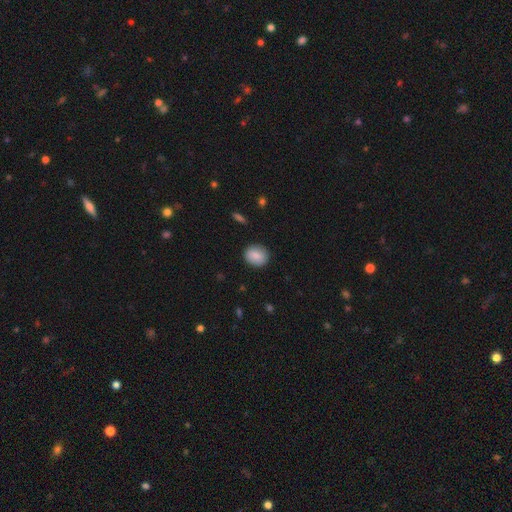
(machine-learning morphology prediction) Smooth or featured: smooth — 83% (featured or disk — 10%)
How rounded: round — 62% (in between — 37%)
Merging: none — 88% (minor disturbance — 9%)